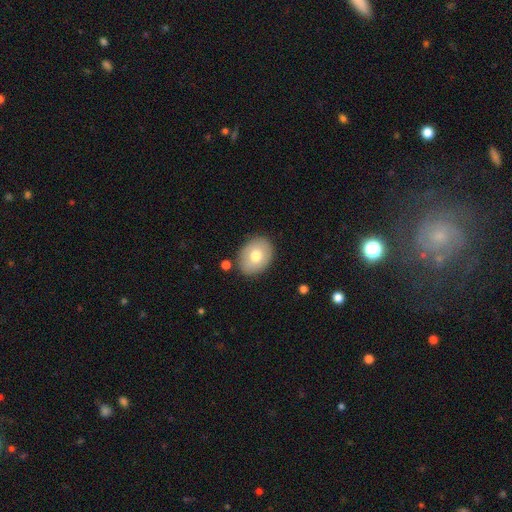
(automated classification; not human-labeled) Smooth or featured?
  - smooth: 73% *
  - featured or disk: 20%
  - star or artifact: 7%
How rounded?
  - in between: 68% *
  - round: 31%
  - cigar-shaped: 1%
Merging?
  - none: 84% *
  - minor disturbance: 10%
  - merger: 3%
  - major disturbance: 3%